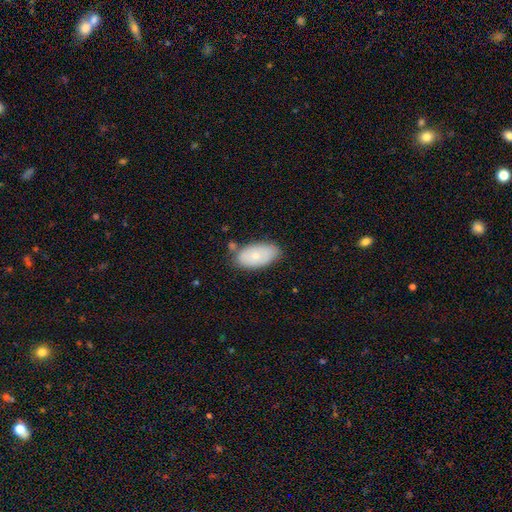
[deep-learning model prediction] This is likely a smooth galaxy (71%). How rounded: clearly in between (94%). Merging: likely none (71%).